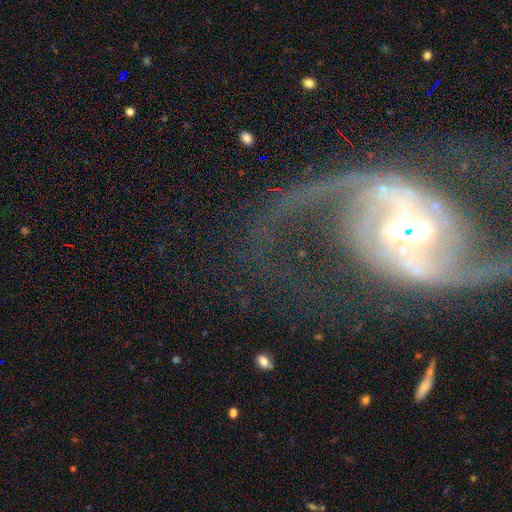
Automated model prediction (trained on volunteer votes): smooth-or-featured: featured or disk: 88% | star or artifact: 7% | smooth: 5%
  disk-edge-on: no: 97% | yes: 3%
    bar: strong: 43% | weak: 38% | no: 19%
    has-spiral-arms: yes: 94% | no: 6%
      spiral-winding: loose: 46% | medium: 41% | tight: 13%
      spiral-arm-count: 2: 86% | 1: 4% | can't tell: 4% | 3: 2% | 4: 2% | more than 4: 2%
    bulge-size: moderate: 45% | small: 33% | large: 15% | dominant: 3% | none: 3%
  merging: none: 61% | major disturbance: 21% | minor disturbance: 13% | merger: 6%